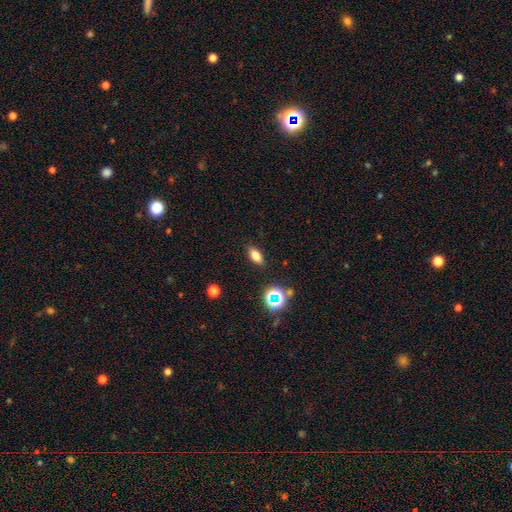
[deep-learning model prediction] Smooth or featured?
  - smooth: 75% *
  - star or artifact: 14%
  - featured or disk: 11%
How rounded?
  - in between: 80% *
  - cigar-shaped: 11%
  - round: 9%
Merging?
  - none: 86% *
  - minor disturbance: 9%
  - major disturbance: 3%
  - merger: 2%